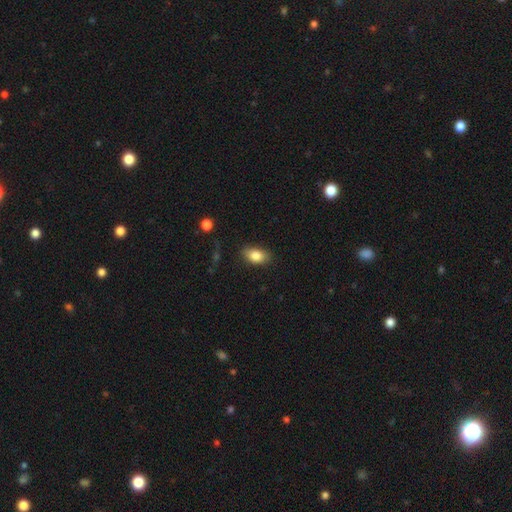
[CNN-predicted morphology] This appears to be a smooth galaxy with no disk features (84%) that is in between round and cigar-shaped (87%). Merging: none (82%).